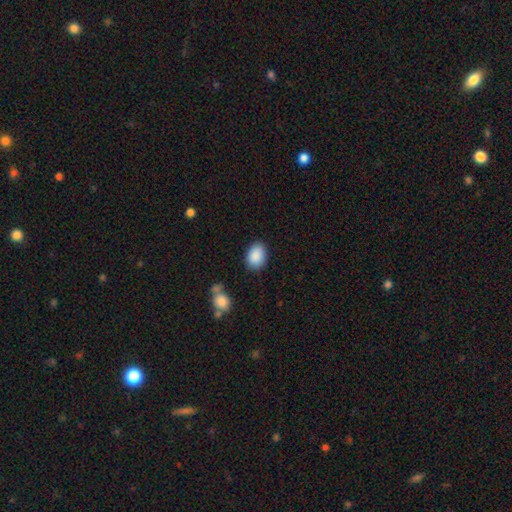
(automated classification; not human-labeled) smooth-or-featured: smooth: 90% | star or artifact: 7% | featured or disk: 3%
  how-rounded: in between: 80% | round: 19% | cigar-shaped: 1%
  merging: none: 83% | minor disturbance: 12% | major disturbance: 3% | merger: 2%